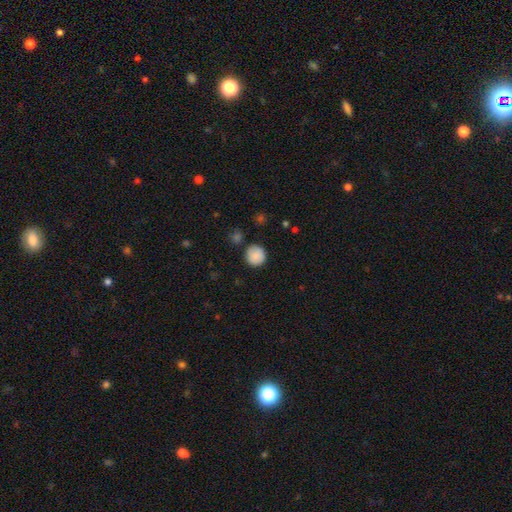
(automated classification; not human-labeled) This appears to be a smooth galaxy with no disk features (86%) that is round (91%). Merging: none (82%).